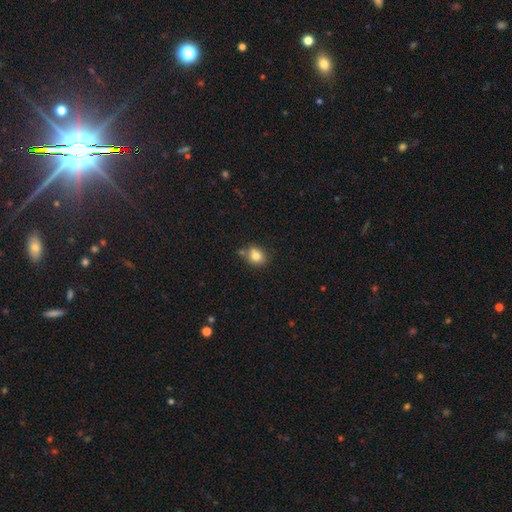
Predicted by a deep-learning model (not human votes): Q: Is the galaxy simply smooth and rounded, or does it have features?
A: smooth — 79%.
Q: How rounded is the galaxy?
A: round — 65%.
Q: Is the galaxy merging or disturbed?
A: none — 60%.